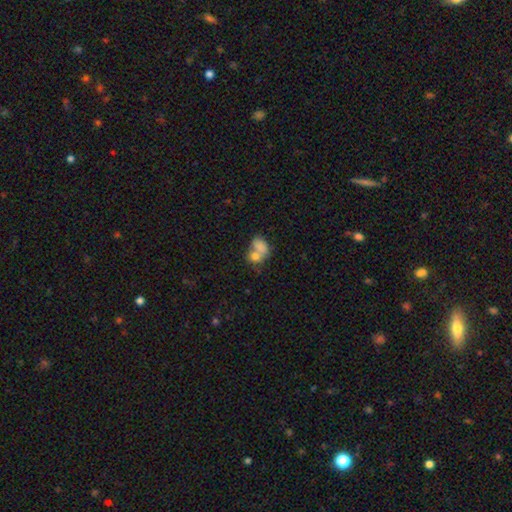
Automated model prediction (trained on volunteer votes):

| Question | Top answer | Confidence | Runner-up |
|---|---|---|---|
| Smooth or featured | smooth | 64% | featured or disk (20%) |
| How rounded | in between | 57% | round (40%) |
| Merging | merger | 54% | none (30%) |